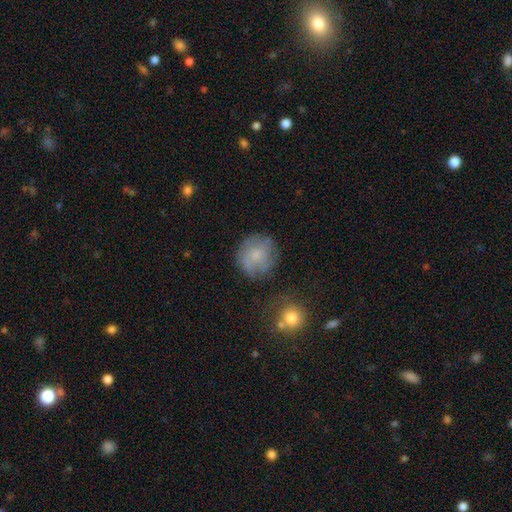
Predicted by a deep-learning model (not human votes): The model was most divided on "smooth or featured": smooth: 53%, featured or disk: 38%, star or artifact: 9%. More confident: how rounded — round (88%); merging — none (67%).